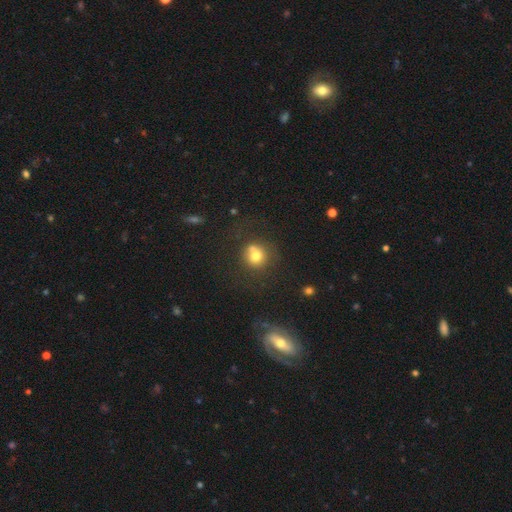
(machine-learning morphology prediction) smooth_or_featured: smooth (p=0.71) [alt: featured or disk p=0.15]
how_rounded: round (p=0.85) [alt: in between p=0.14]
merging: none (p=0.53) [alt: merger p=0.26]